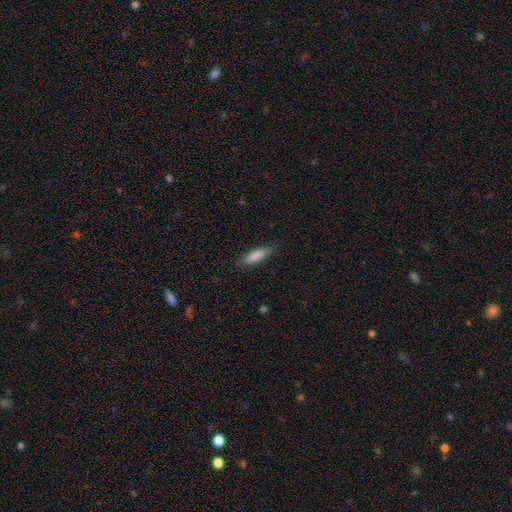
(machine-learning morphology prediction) Smooth or featured: smooth — 84% (featured or disk — 10%)
How rounded: cigar-shaped — 57% (in between — 41%)
Merging: none — 83% (minor disturbance — 13%)